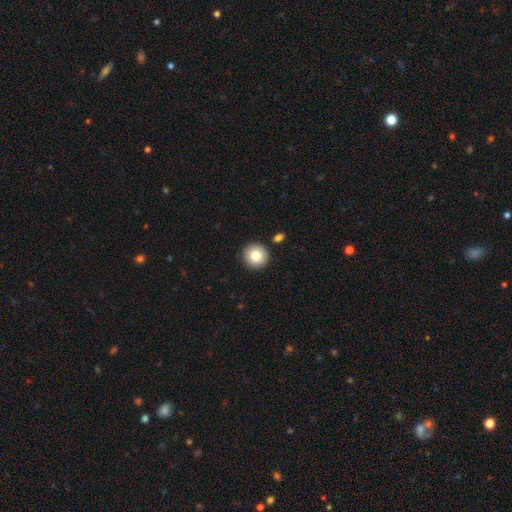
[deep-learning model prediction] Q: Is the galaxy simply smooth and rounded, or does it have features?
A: smooth — 81%.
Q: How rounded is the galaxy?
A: round — 95%.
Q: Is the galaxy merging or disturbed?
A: none — 90%.